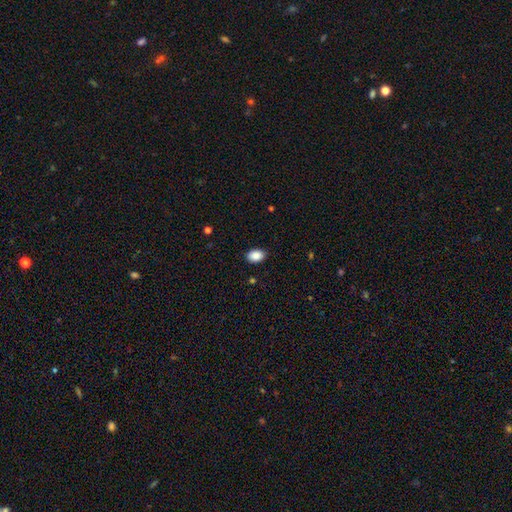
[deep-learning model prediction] A smooth galaxy with no disk features (89%) that is in between round and cigar-shaped (83%).

Vote fractions:
- Smooth or featured? smooth: 89% / star or artifact: 8% / featured or disk: 3%
- How rounded? in between: 83% / round: 16% / cigar-shaped: 1%
- Merging? none: 87% / minor disturbance: 10% / major disturbance: 2% / merger: 1%